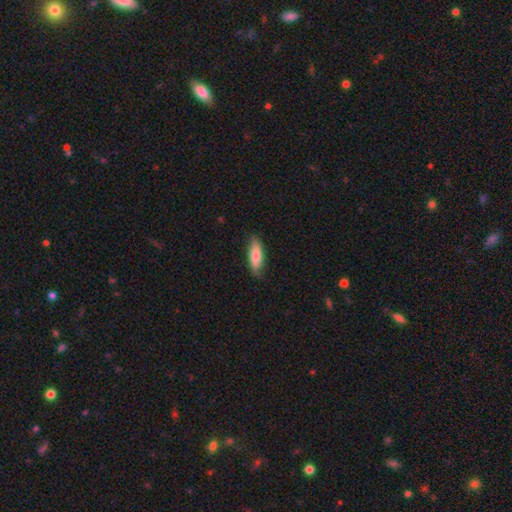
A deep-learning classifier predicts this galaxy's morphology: smooth_or_featured: smooth (p=0.74) [alt: featured or disk p=0.20]
how_rounded: in between (p=0.60) [alt: cigar-shaped p=0.38]
merging: none (p=0.80) [alt: minor disturbance p=0.17]